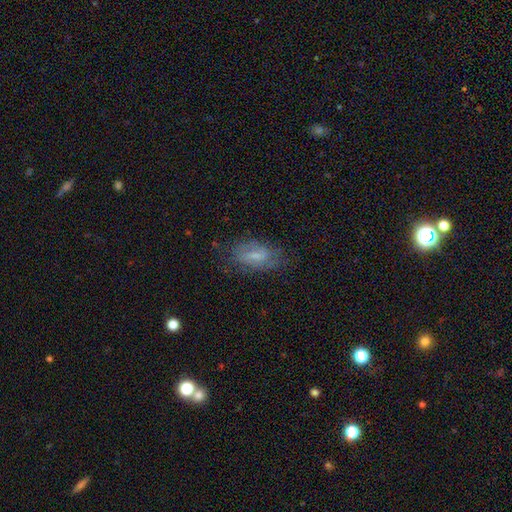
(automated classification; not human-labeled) Morphology: type=smooth (47%); merging=none (67%).